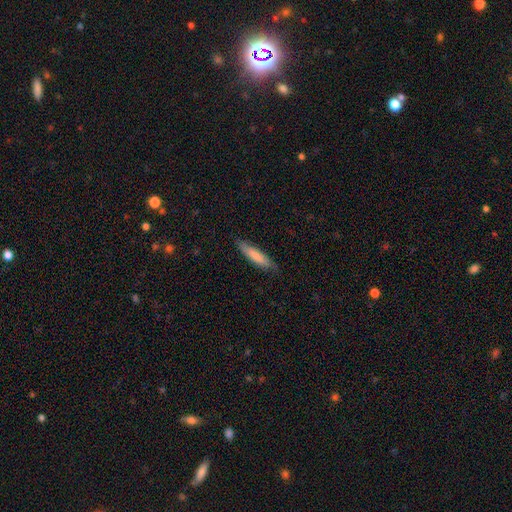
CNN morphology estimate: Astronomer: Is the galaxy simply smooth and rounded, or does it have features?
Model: smooth — 77%.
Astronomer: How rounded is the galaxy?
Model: cigar-shaped — 77%.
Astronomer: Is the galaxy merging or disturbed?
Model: none — 80%.